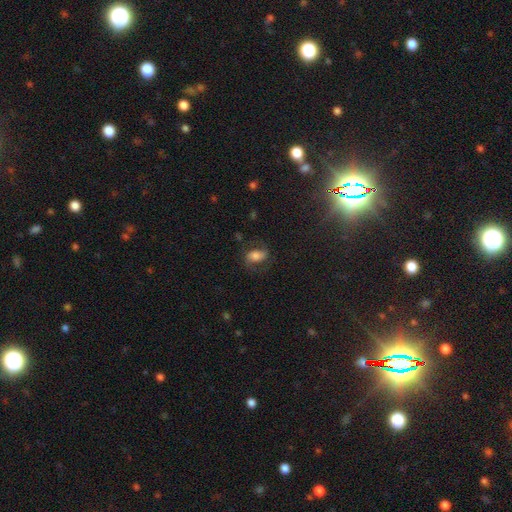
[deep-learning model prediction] Smooth or featured? Predicted: featured or disk (p=0.47). Merging? Predicted: none (p=0.65).